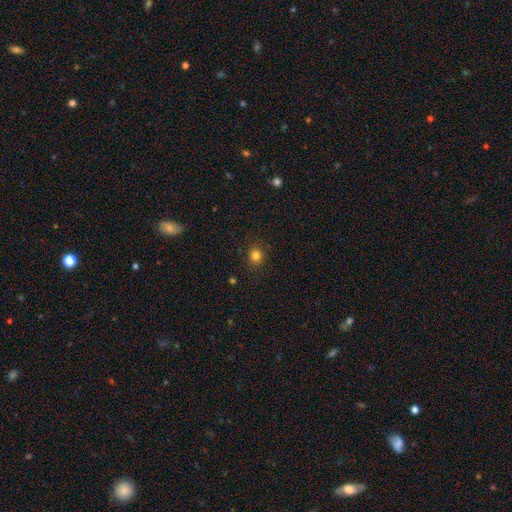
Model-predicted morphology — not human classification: Smooth or featured? smooth (81%)
How rounded? round (85%)
Merging? none (88%)